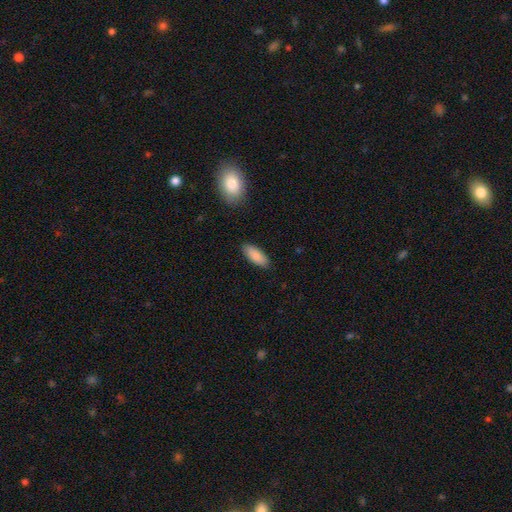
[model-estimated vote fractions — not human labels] Overall: smooth (86%). How rounded: in between (79%). Merging: none (87%).